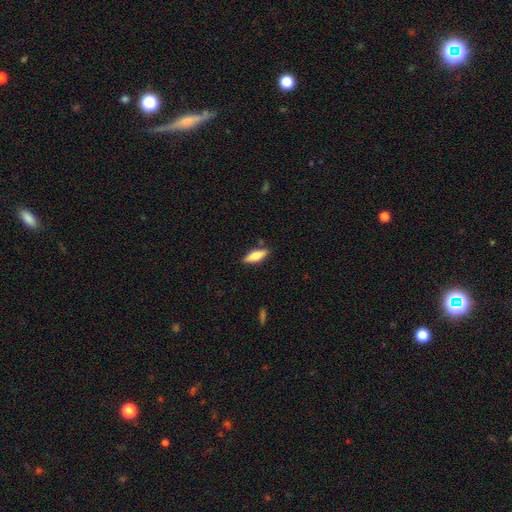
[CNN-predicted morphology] Smooth or featured? smooth (69%)
How rounded? in between (54%)
Merging? none (84%)